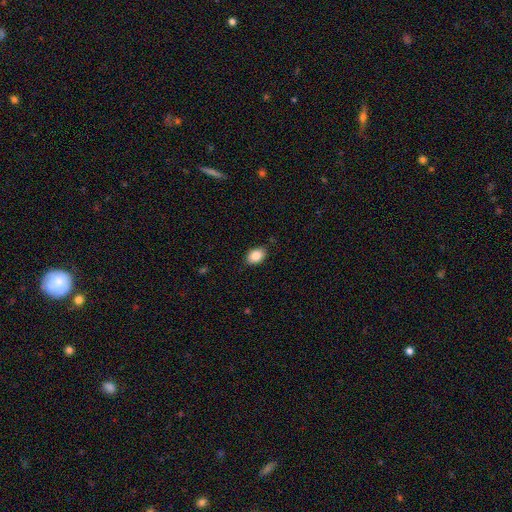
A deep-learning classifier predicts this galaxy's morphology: Overall: smooth (87%). How rounded: in between (82%). Merging: none (86%).